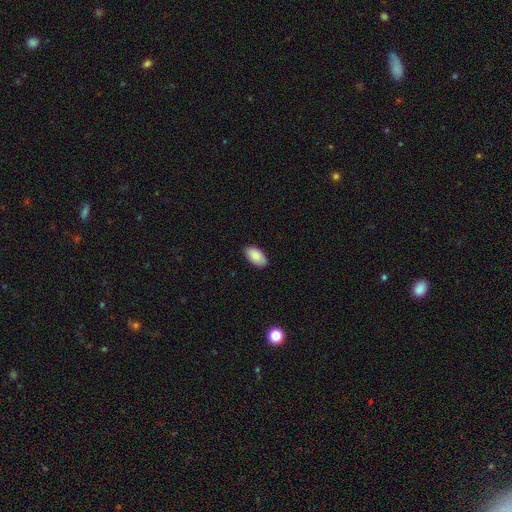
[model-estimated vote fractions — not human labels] Smooth or featured: smooth — 89% (star or artifact — 6%)
How rounded: in between — 95% (round — 3%)
Merging: none — 87% (minor disturbance — 10%)